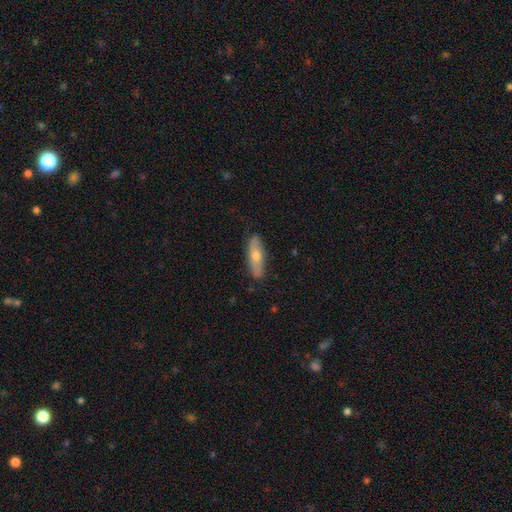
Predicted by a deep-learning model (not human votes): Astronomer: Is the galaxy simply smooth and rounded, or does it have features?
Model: smooth — 59% (runner-up: featured or disk, 35%).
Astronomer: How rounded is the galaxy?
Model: cigar-shaped — 53% (runner-up: in between, 45%).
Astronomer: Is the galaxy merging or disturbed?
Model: none — 84%.